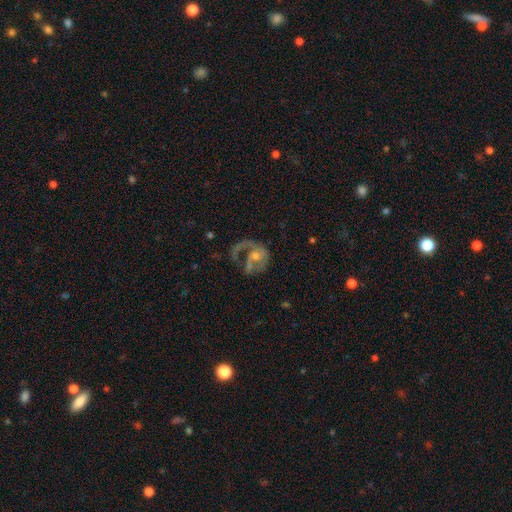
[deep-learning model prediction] smooth_or_featured: featured or disk (p=0.75) [alt: smooth p=0.16]
disk_edge_on: no (p=0.98) [alt: yes p=0.02]
bar: no (p=0.69) [alt: weak p=0.25]
has_spiral_arms: yes (p=0.80) [alt: no p=0.20]
spiral_winding: loose (p=0.41) [alt: medium p=0.40]
spiral_arm_count: 1 (p=0.68) [alt: 2 p=0.18]
bulge_size: moderate (p=0.48) [alt: small p=0.37]
merging: major disturbance (p=0.43) [alt: none p=0.35]